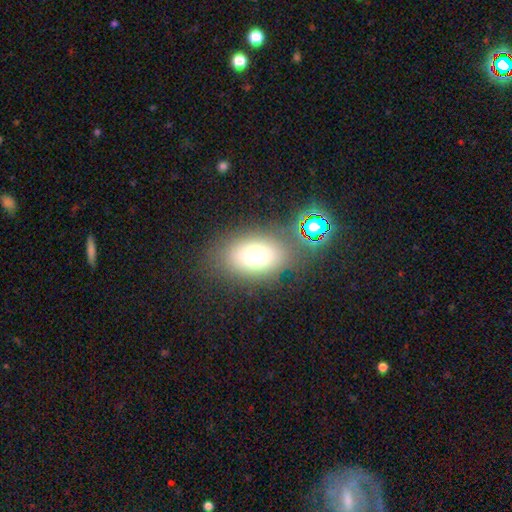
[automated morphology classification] Smooth or featured? Predicted: smooth (p=0.72). How rounded? Predicted: in between (p=0.79). Merging? Predicted: none (p=0.75).